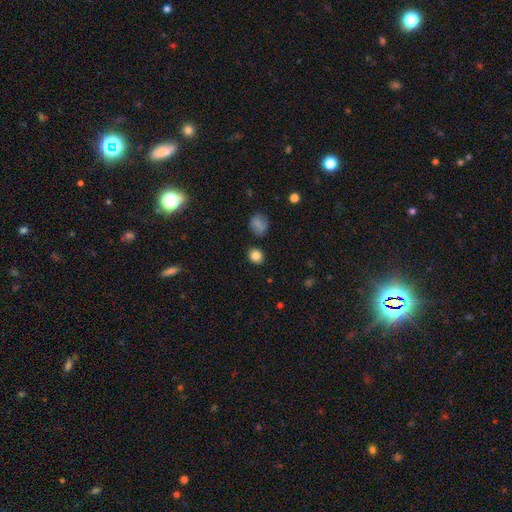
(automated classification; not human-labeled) A smooth galaxy with no disk features (84%) that is round (76%).

Vote fractions:
- Smooth or featured? smooth: 84% / star or artifact: 11% / featured or disk: 5%
- How rounded? round: 76% / in between: 23% / cigar-shaped: 1%
- Merging? none: 85% / minor disturbance: 9% / merger: 3% / major disturbance: 3%